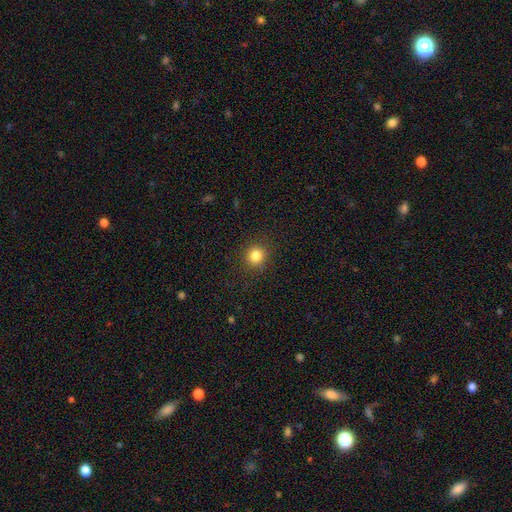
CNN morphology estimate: This is clearly a smooth galaxy (83%). How rounded: clearly round (89%). Merging: clearly none (90%).